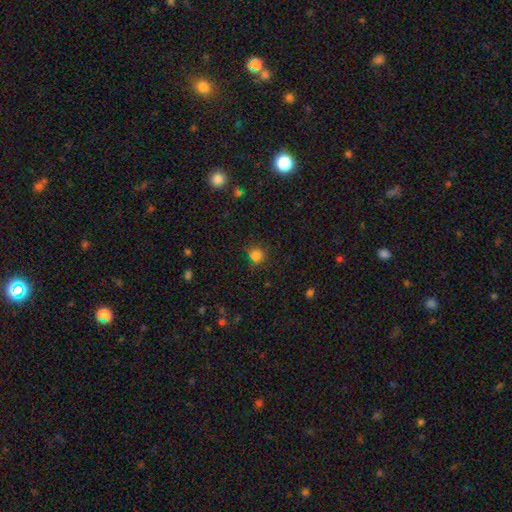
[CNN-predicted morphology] Overall: smooth (81%). How rounded: round (88%). Merging: none (78%).